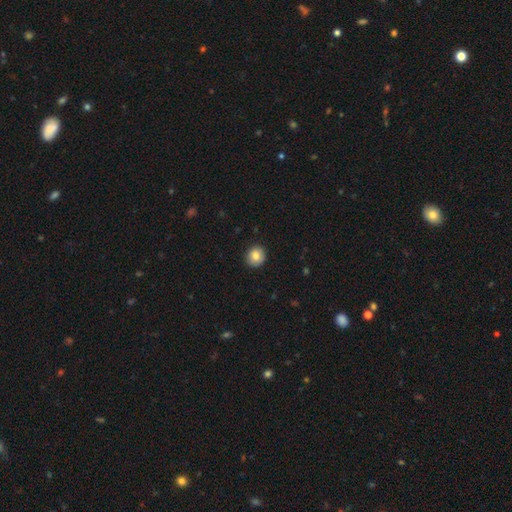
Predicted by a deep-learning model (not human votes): A smooth galaxy with no disk features (83%) that is round (90%). Merging: none (90%).